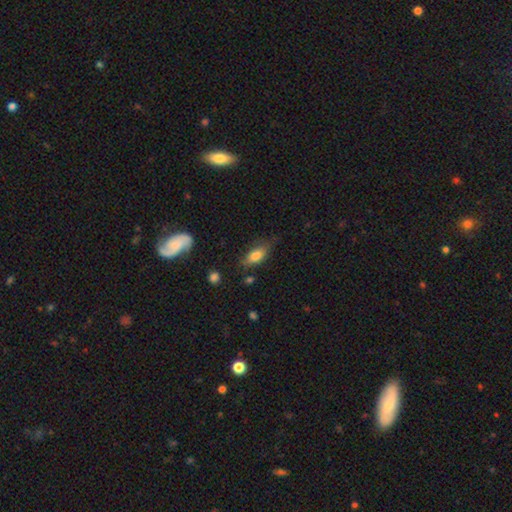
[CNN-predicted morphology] Smooth or featured? smooth (78%)
How rounded? in between (82%)
Merging? none (65%)